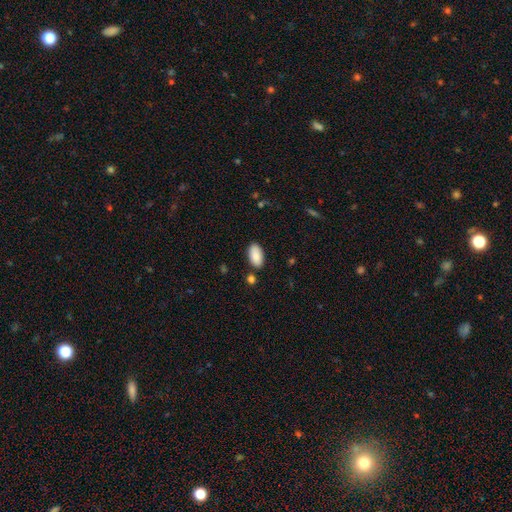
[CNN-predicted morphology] smooth-or-featured: smooth: 88% | star or artifact: 6% | featured or disk: 6%
  how-rounded: in between: 95% | cigar-shaped: 3% | round: 2%
  merging: none: 83% | minor disturbance: 11% | merger: 4% | major disturbance: 2%